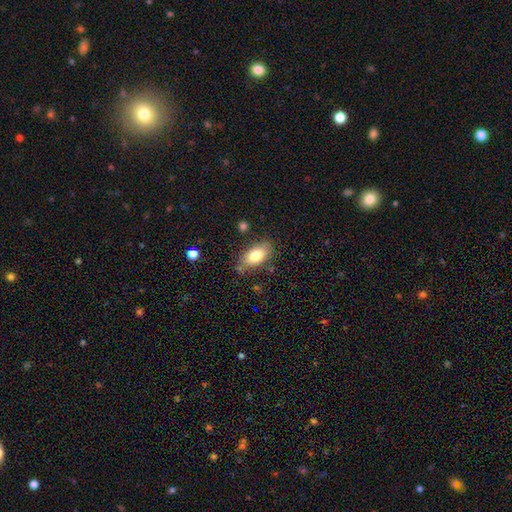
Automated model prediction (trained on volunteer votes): Smooth or featured: smooth — 80% (featured or disk — 13%)
How rounded: in between — 91% (round — 5%)
Merging: none — 75% (minor disturbance — 17%)